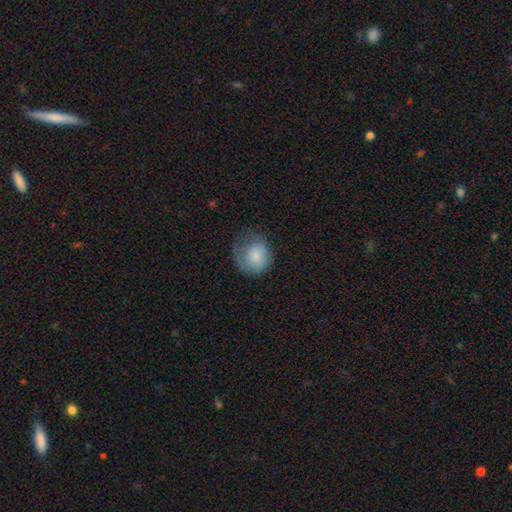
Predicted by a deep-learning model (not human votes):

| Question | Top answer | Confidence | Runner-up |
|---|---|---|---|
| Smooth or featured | smooth | 80% | featured or disk (12%) |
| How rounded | round | 79% | in between (20%) |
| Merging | none | 47% | minor disturbance (32%) |